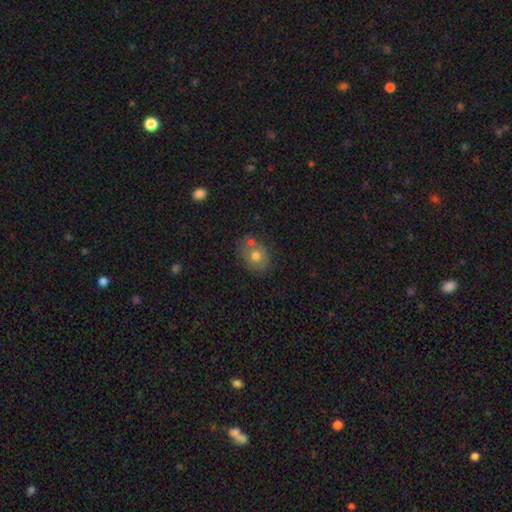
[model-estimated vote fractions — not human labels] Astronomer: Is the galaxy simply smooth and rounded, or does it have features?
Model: smooth — 68%.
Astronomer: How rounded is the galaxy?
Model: round — 50% (runner-up: in between, 49%).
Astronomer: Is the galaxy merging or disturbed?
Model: none — 58%.